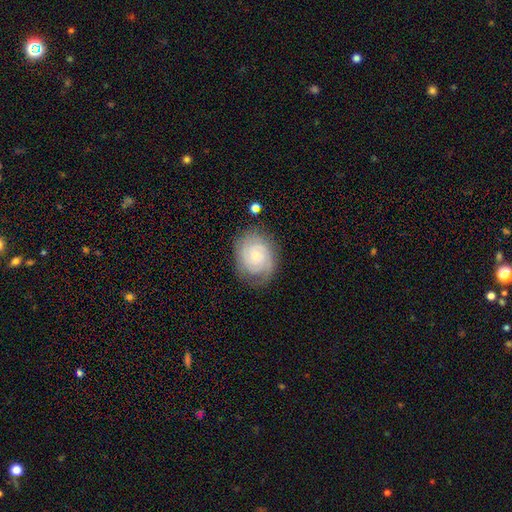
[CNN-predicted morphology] A featured or disk galaxy (71%) with no bar (73%), 2 (36%) tight (67%) spiral arms (93%) and a small central bulge (68%). Merging: none (75%).